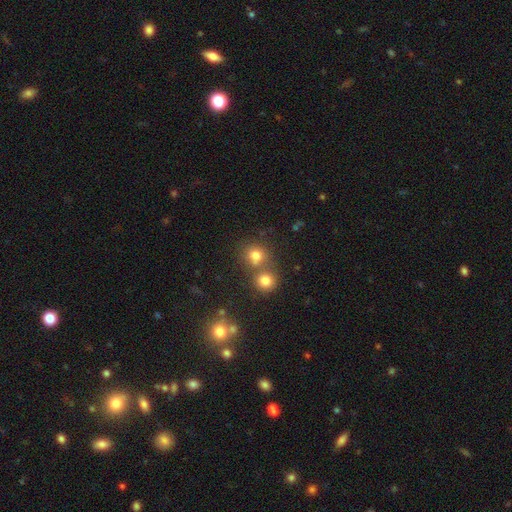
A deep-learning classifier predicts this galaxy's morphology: smooth_or_featured: smooth (p=0.77) [alt: star or artifact p=0.15]
how_rounded: round (p=0.83) [alt: in between p=0.16]
merging: none (p=0.54) [alt: merger p=0.35]